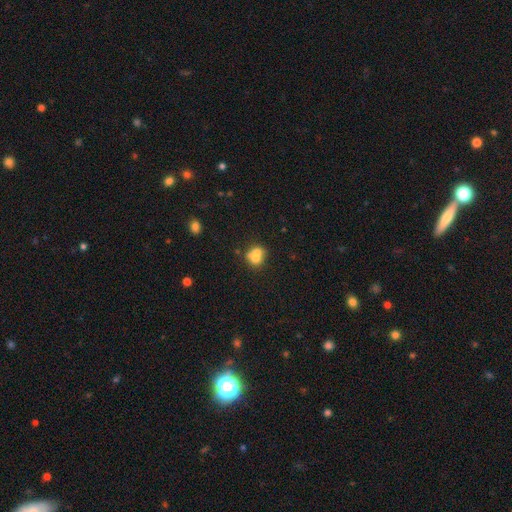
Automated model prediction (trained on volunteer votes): Overall: smooth (64%). How rounded: round (71%). Merging: merger (61%; none 29%).